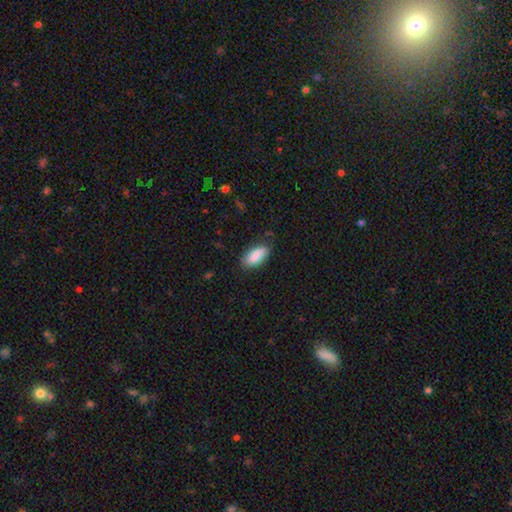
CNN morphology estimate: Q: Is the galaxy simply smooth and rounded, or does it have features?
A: smooth — 85%.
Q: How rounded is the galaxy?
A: in between — 90%.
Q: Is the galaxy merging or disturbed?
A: none — 77%.